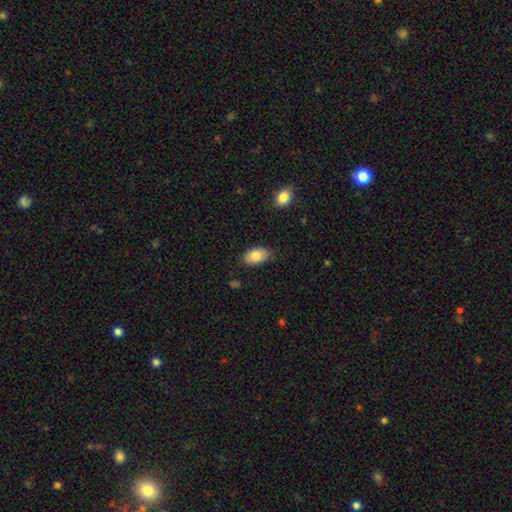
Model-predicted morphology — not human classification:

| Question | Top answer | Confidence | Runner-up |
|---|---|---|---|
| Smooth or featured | smooth | 83% | featured or disk (10%) |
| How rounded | in between | 91% | round (7%) |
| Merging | none | 79% | minor disturbance (17%) |